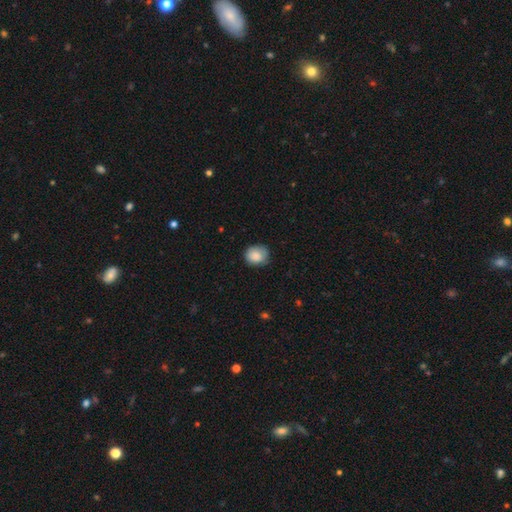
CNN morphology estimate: Overall: smooth (86%). How rounded: round (71%). Merging: none (75%).